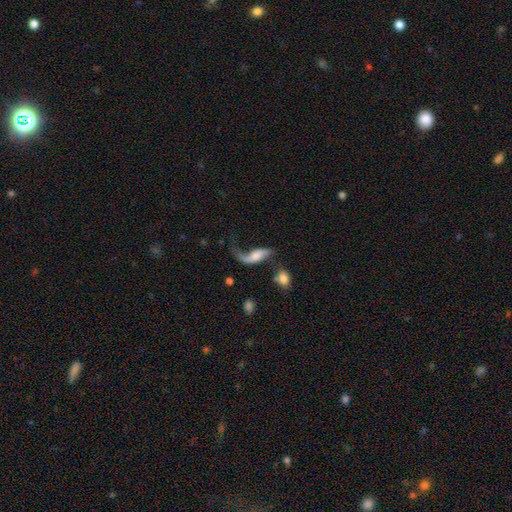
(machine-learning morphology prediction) Q: Smooth or featured?
A: featured or disk (66%); runner-up: smooth (26%)
Q: Edge-on disk?
A: no (90%); runner-up: yes (10%)
Q: Bar?
A: no (57%); runner-up: weak (31%)
Q: Spiral arms?
A: yes (86%); runner-up: no (14%)
Q: Spiral winding?
A: loose (91%); runner-up: medium (7%)
Q: Spiral arm count?
A: 2 (58%); runner-up: 1 (38%)
Q: Bulge size?
A: moderate (27%); tied with: none (27%)
Q: Merging?
A: major disturbance (36%); runner-up: none (31%)